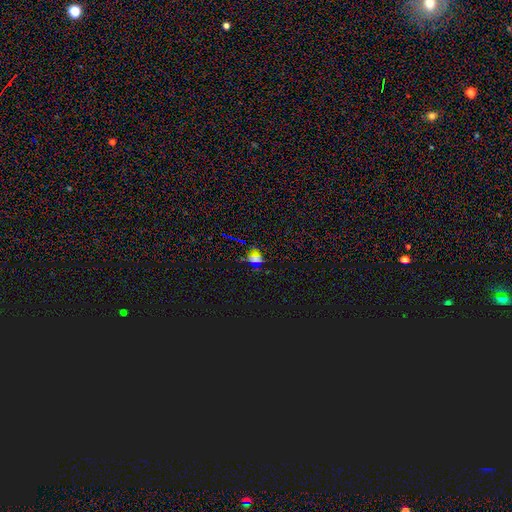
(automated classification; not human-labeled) Smooth or featured? star or artifact (57%)